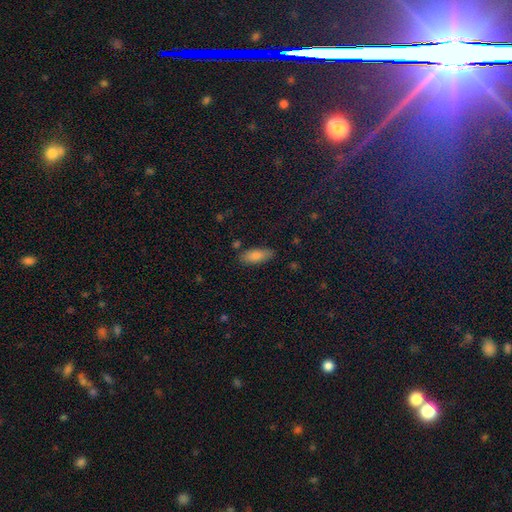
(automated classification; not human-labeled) Q: Smooth or featured?
A: smooth (83%); runner-up: featured or disk (10%)
Q: How rounded?
A: in between (79%); runner-up: cigar-shaped (19%)
Q: Merging?
A: none (81%); runner-up: minor disturbance (13%)